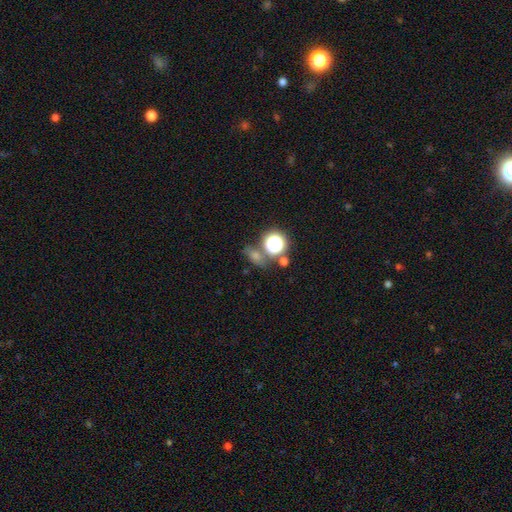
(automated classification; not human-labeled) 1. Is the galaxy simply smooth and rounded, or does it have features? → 47% star or artifact, 41% smooth, 13% featured or disk.